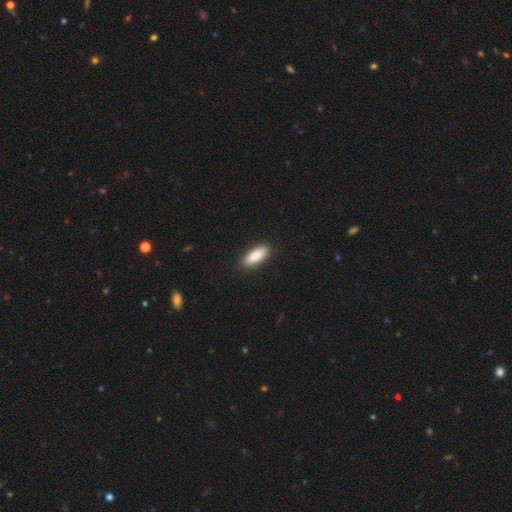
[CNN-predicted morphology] This appears to be a smooth galaxy with no disk features (86%) that is in between round and cigar-shaped (69%). Merging: none (90%).